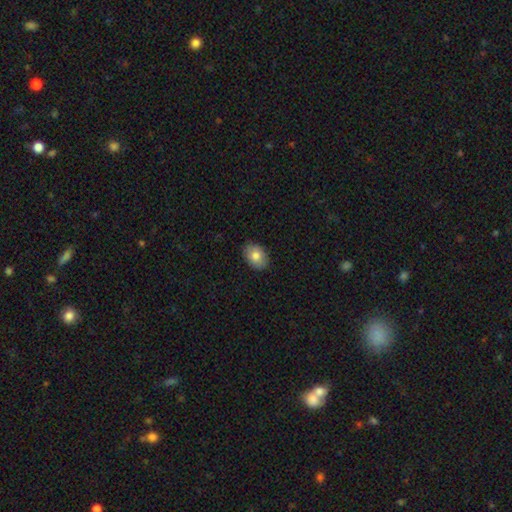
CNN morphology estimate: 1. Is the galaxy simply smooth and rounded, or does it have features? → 82% smooth, 11% featured or disk, 7% star or artifact.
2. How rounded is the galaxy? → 78% in between, 21% round, 1% cigar-shaped.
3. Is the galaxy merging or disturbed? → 88% none, 10% minor disturbance, 2% major disturbance, 1% merger.